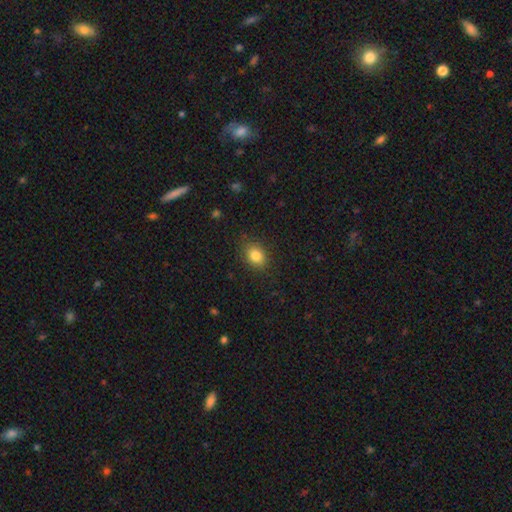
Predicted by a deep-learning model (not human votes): A smooth galaxy with no disk features (83%) that is in between round and cigar-shaped (63%). Merging: none (85%).